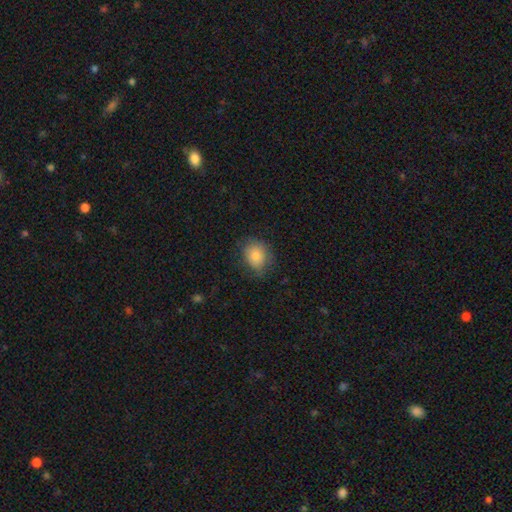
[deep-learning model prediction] This is clearly a smooth galaxy (80%). How rounded: possibly round (55%). Merging: likely none (72%).